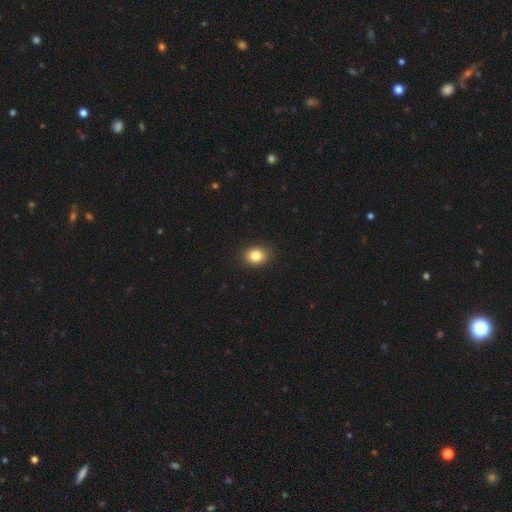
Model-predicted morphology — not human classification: type=smooth (85%); roundness=round (50%); merging=none (89%).